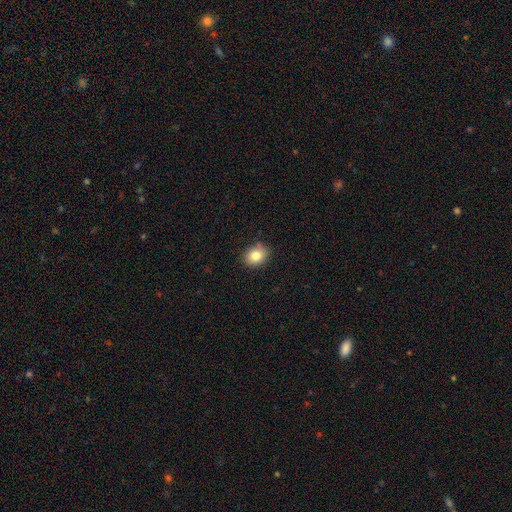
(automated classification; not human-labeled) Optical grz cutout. It shows a smooth galaxy with no disk features (83%) that is in between round and cigar-shaped (55%). Merging: none (84%).